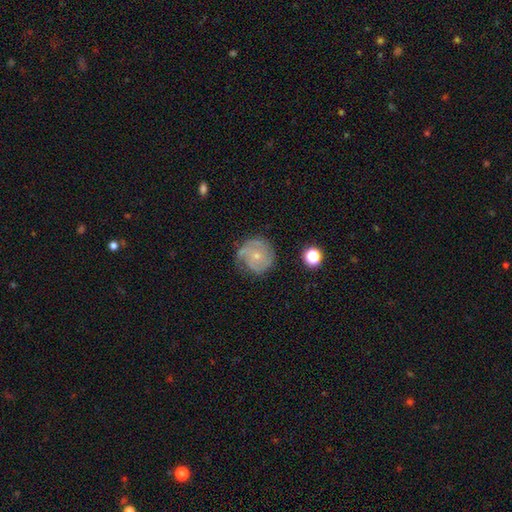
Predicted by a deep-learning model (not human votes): featured or disk 70%, smooth 21%, star or artifact 9%. Down the decision tree: edge-on disk — no (98%); bar — no (77%); spiral arms — yes (89%); spiral arm count — can't tell (31%); spiral winding — tight (58%); bulge size — small (74%); merging — none (67%).